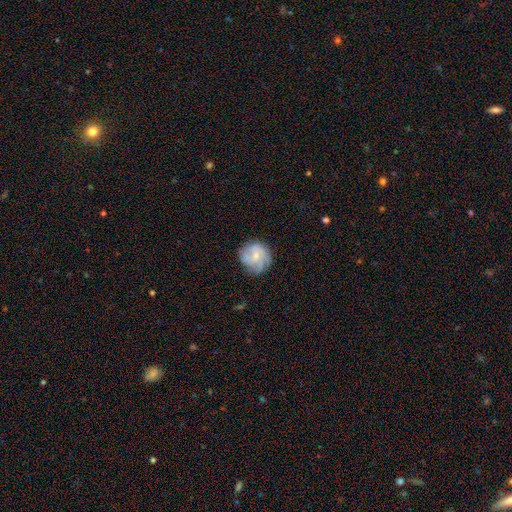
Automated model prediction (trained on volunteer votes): Smooth or featured?
  - featured or disk: 54% *
  - smooth: 37%
  - star or artifact: 9%
Edge-on disk?
  - no: 97% *
  - yes: 3%
Bar?
  - no: 70% *
  - weak: 26%
  - strong: 4%
Spiral arms?
  - yes: 82% *
  - no: 18%
Bulge size?
  - small: 61% *
  - moderate: 28%
  - none: 8%
  - large: 2%
  - dominant: 1%
Merging?
  - none: 71% *
  - minor disturbance: 20%
  - major disturbance: 8%
  - merger: 1%